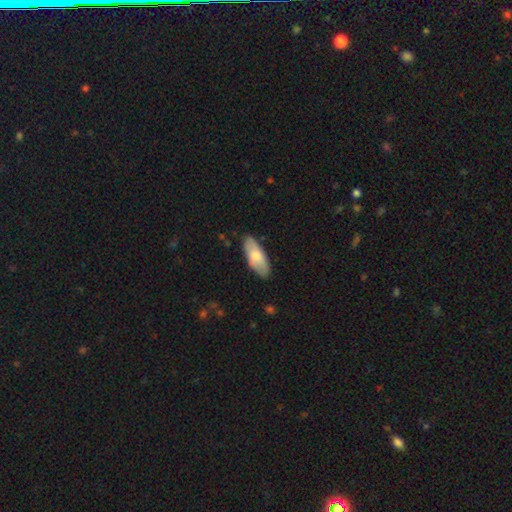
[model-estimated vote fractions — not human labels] The model was most divided on "smooth or featured": smooth: 69%, featured or disk: 25%, star or artifact: 5%. More confident: merging — none (84%); how rounded — in between (80%).